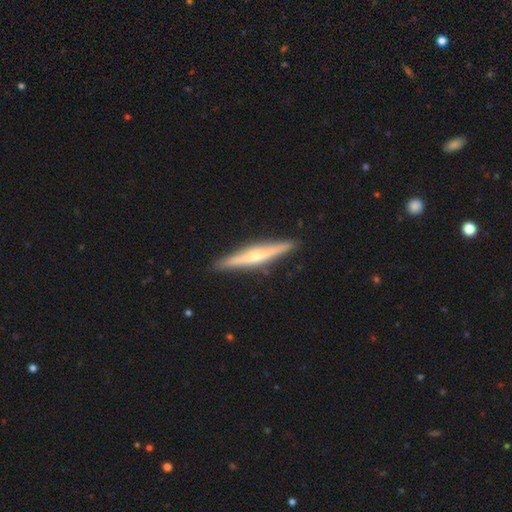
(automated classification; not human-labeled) A featured or disk galaxy (66%) viewed edge-on (96%) with a rounded central bulge (65%). Merging: none (89%).